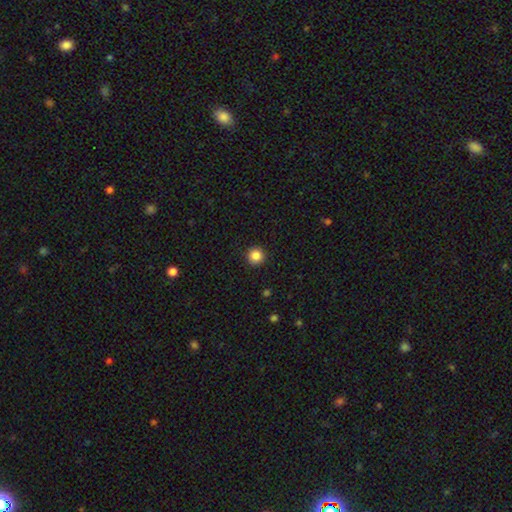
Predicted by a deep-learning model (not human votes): Smooth or featured? smooth (85%)
How rounded? round (95%)
Merging? none (93%)